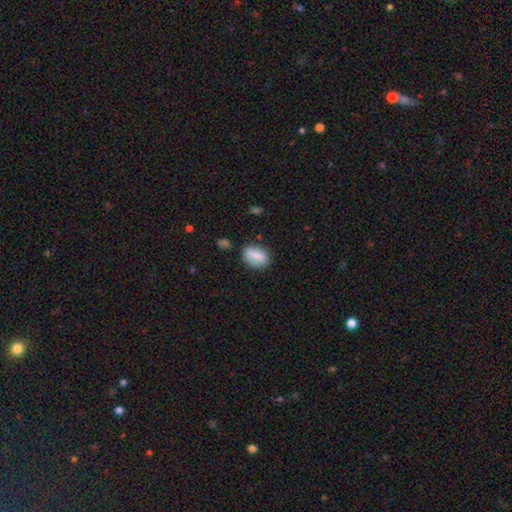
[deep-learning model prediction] Morphology: type=smooth (81%); roundness=in between (82%); merging=none (76%).